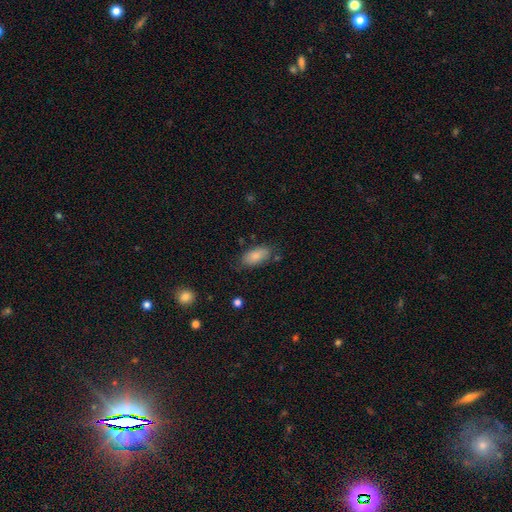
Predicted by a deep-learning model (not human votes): Smooth or featured? smooth (85%)
How rounded? in between (90%)
Merging? none (73%)